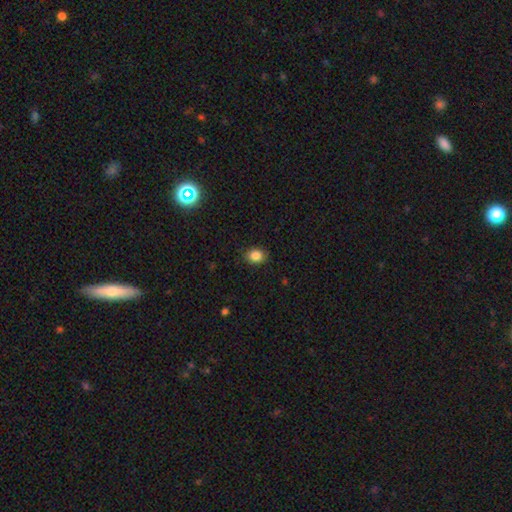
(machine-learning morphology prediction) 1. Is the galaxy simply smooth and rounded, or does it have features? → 85% smooth, 10% star or artifact, 5% featured or disk.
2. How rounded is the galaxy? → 54% round, 45% in between, 1% cigar-shaped.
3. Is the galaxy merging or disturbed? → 89% none, 8% minor disturbance, 2% major disturbance, 1% merger.